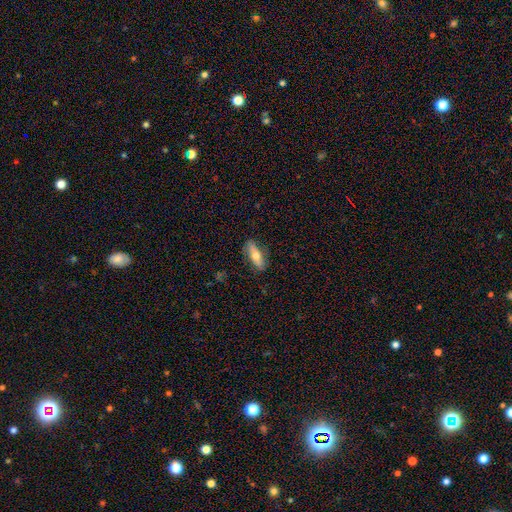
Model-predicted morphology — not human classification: This is likely a smooth galaxy (61%). How rounded: likely in between (66%). Merging: clearly none (82%).